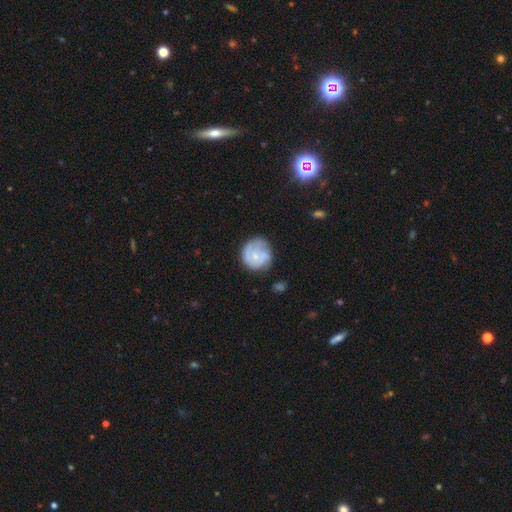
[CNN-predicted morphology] Smooth or featured? Predicted: featured or disk (p=0.51). Edge-on disk? Predicted: no (p=0.98). Bar? Predicted: no (p=0.75). Spiral arms? Predicted: yes (p=0.73). Bulge size? Predicted: small (p=0.58). Merging? Predicted: none (p=0.65).